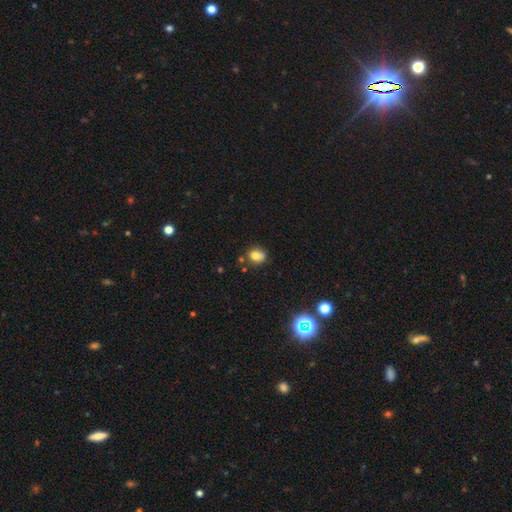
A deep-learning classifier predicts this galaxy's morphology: The model was most divided on "how rounded": round: 66%, in between: 33%, cigar-shaped: 1%. More confident: smooth or featured — smooth (75%); merging — none (67%).